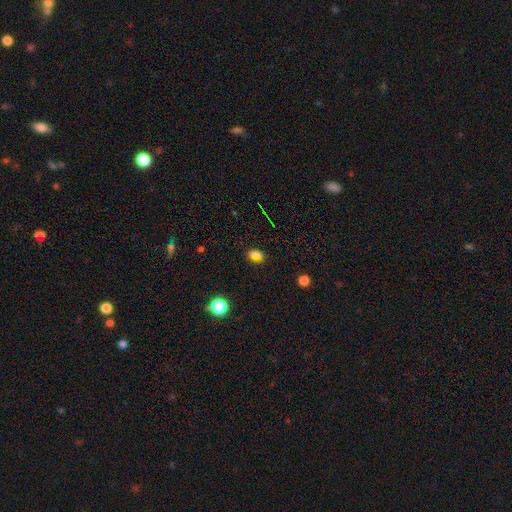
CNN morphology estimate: This appears to be a smooth galaxy with no disk features (76%) that is in between round and cigar-shaped (73%). Merging: none (85%).